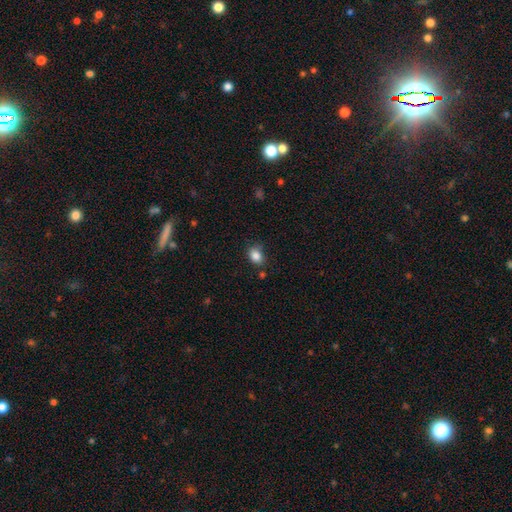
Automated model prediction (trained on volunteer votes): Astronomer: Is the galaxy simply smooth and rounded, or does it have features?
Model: smooth — 85%.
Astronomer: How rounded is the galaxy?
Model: in between — 62% (runner-up: round, 37%).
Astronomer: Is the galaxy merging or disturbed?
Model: none — 73%.